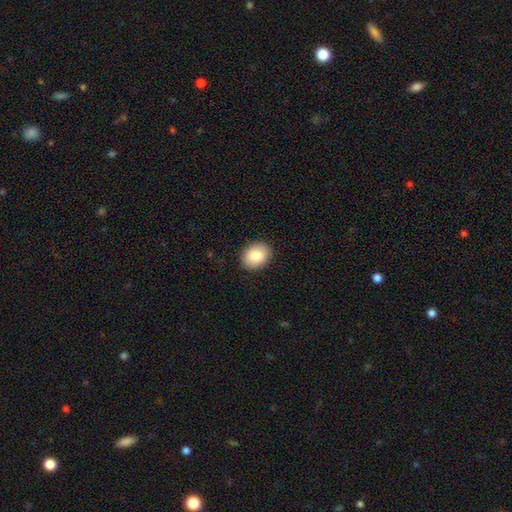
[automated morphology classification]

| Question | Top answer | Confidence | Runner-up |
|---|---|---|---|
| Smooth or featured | smooth | 86% | featured or disk (7%) |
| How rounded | in between | 72% | round (27%) |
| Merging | none | 89% | minor disturbance (8%) |